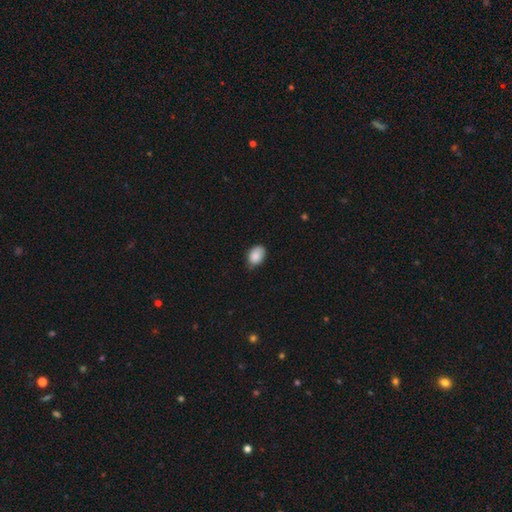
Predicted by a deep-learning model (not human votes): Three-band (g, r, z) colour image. It shows a smooth galaxy with no disk features (88%) that is in between round and cigar-shaped (84%). Merging: none (69%).